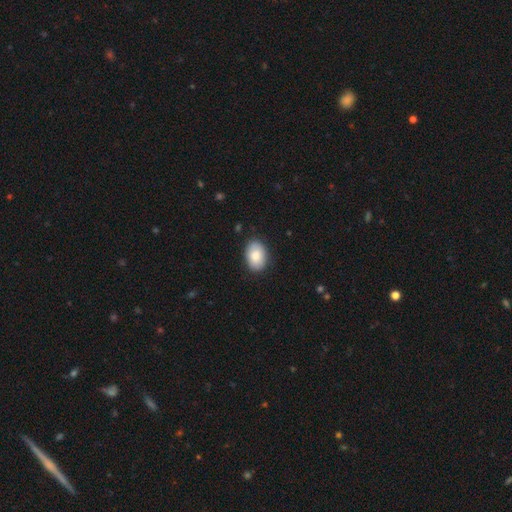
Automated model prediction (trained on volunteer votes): Morphology: type=smooth (86%); roundness=in between (86%); merging=none (86%).